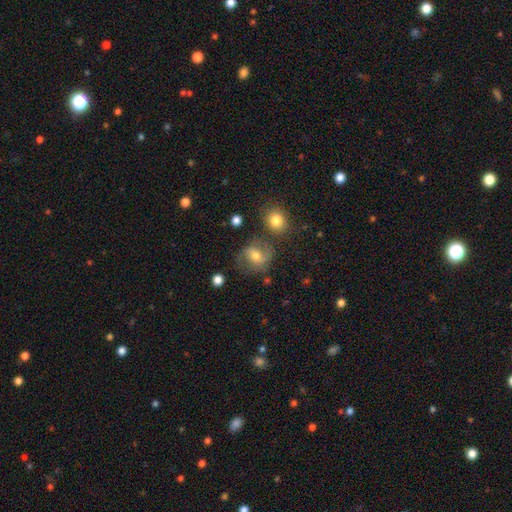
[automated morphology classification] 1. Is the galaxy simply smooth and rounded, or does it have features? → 52% featured or disk, 37% smooth, 11% star or artifact.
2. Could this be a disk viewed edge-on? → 96% no, 4% yes.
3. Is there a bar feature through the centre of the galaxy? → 45% weak, 36% no, 19% strong.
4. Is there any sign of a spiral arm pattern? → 82% yes, 18% no.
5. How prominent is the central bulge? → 66% moderate, 25% small, 6% large, 2% none, 1% dominant.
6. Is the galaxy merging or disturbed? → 64% none, 19% minor disturbance, 10% major disturbance, 7% merger.